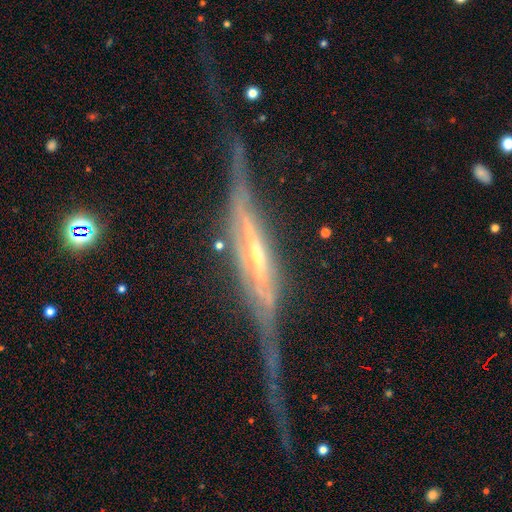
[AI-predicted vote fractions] smooth_or_featured: featured or disk (p=0.88) [alt: smooth p=0.07]
disk_edge_on: yes (p=0.93) [alt: no p=0.07]
edge_on_bulge: rounded (p=0.54) [alt: boxy p=0.25]
merging: none (p=0.57) [alt: minor disturbance p=0.23]